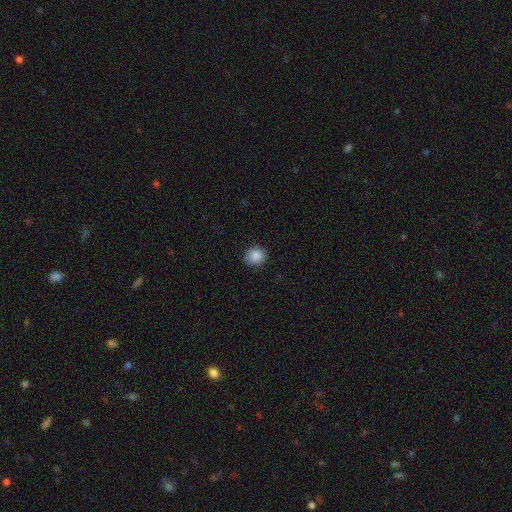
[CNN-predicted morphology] Overall: smooth (87%). How rounded: round (84%). Merging: none (88%).